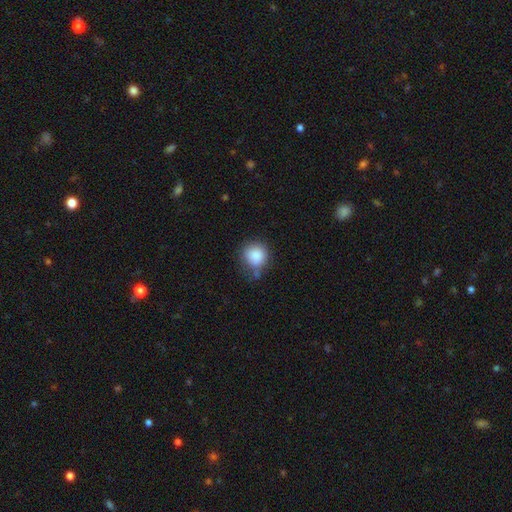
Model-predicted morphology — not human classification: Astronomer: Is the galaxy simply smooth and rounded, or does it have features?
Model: smooth — 86%.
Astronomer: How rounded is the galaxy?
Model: round — 87%.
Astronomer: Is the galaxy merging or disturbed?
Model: none — 61%.